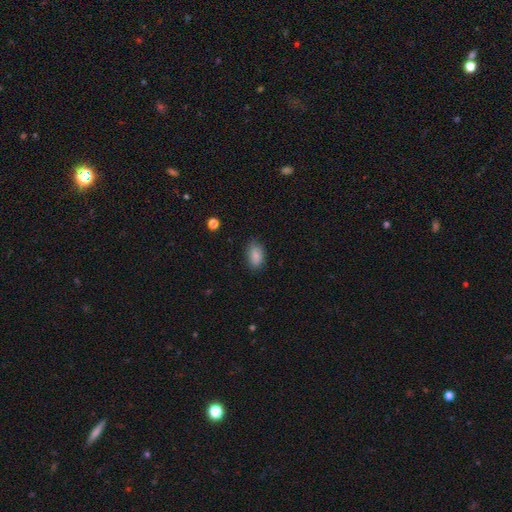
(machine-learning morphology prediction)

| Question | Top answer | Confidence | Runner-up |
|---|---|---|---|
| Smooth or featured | smooth | 86% | star or artifact (8%) |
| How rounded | in between | 90% | round (8%) |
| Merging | none | 79% | minor disturbance (16%) |